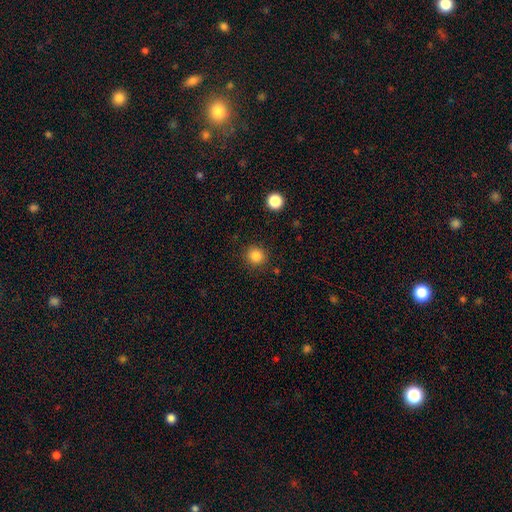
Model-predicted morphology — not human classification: smooth_or_featured: smooth (p=0.84) [alt: star or artifact p=0.11]
how_rounded: round (p=0.92) [alt: in between p=0.07]
merging: none (p=0.89) [alt: minor disturbance p=0.07]